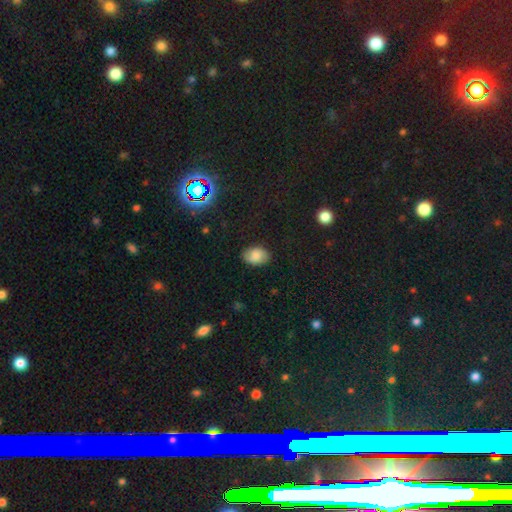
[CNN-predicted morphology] smooth_or_featured: smooth (p=0.80) [alt: featured or disk p=0.11]
how_rounded: in between (p=0.81) [alt: round p=0.17]
merging: none (p=0.82) [alt: minor disturbance p=0.13]